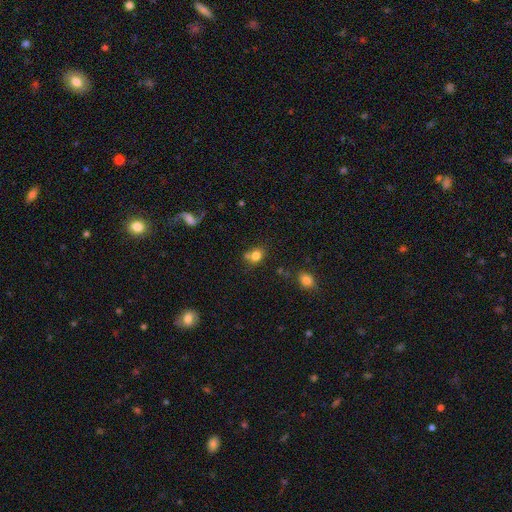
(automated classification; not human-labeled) Smooth or featured? smooth (79%)
How rounded? round (59%)
Merging? none (55%)